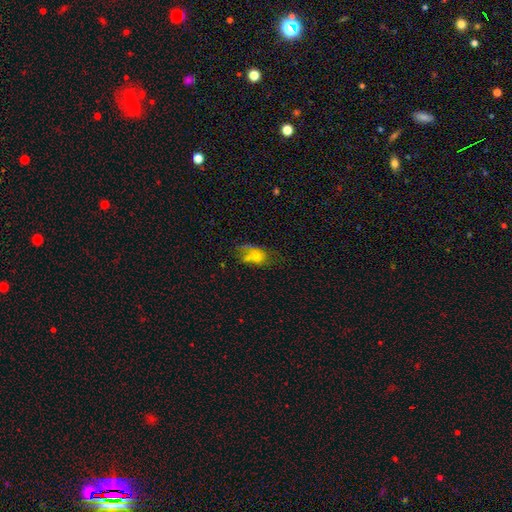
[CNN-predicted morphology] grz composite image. It shows a smooth galaxy with no disk features (57%) that is in between round and cigar-shaped (74%). Merging: none (32%).